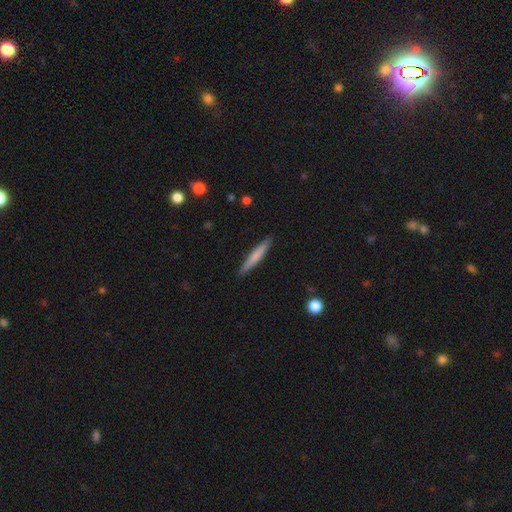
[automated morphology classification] smooth-or-featured: smooth: 68% | featured or disk: 26% | star or artifact: 5%
  how-rounded: cigar-shaped: 95% | in between: 4% | round: 1%
  merging: none: 90% | minor disturbance: 7% | major disturbance: 1% | merger: 1%